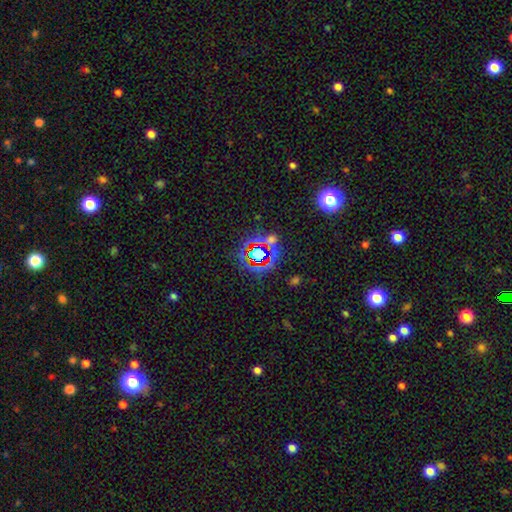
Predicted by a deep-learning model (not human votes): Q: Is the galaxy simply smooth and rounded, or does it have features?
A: star or artifact — 70%.